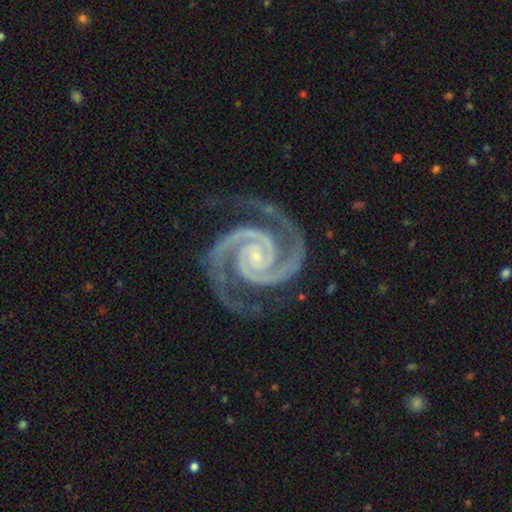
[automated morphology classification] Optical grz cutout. It shows a featured or disk galaxy (95%) with no bar (63%), 2 (94%) tight (70%) spiral arms (99%) and a small central bulge (79%). Merging: none (80%).